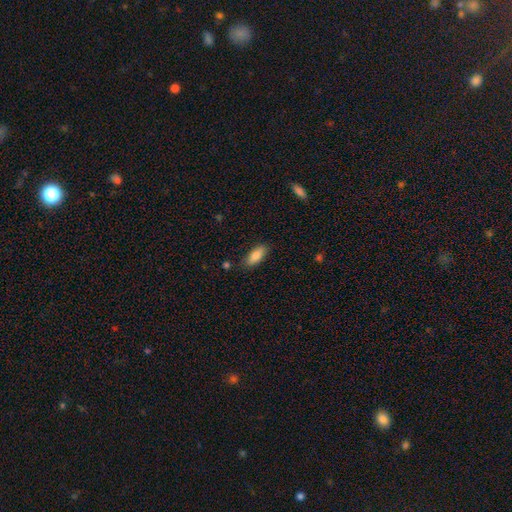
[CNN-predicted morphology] A smooth galaxy with no disk features (84%) that is in between round and cigar-shaped (78%).

Vote fractions:
- Smooth or featured? smooth: 84% / featured or disk: 10% / star or artifact: 7%
- How rounded? in between: 78% / cigar-shaped: 20% / round: 2%
- Merging? none: 84% / minor disturbance: 12% / major disturbance: 3% / merger: 2%